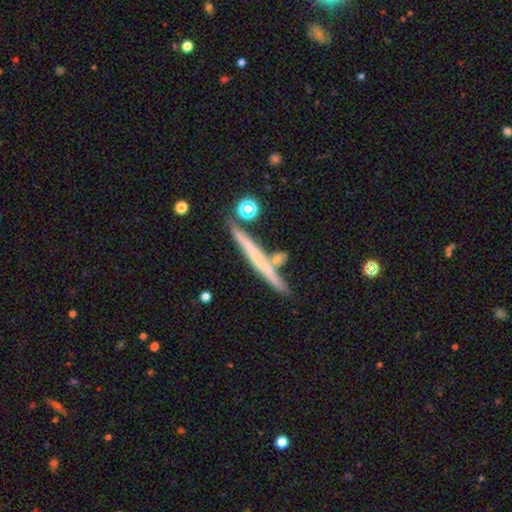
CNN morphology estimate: This appears to be a featured or disk galaxy (53%) viewed edge-on (96%) with no central bulge (84%). Merging: none (78%).